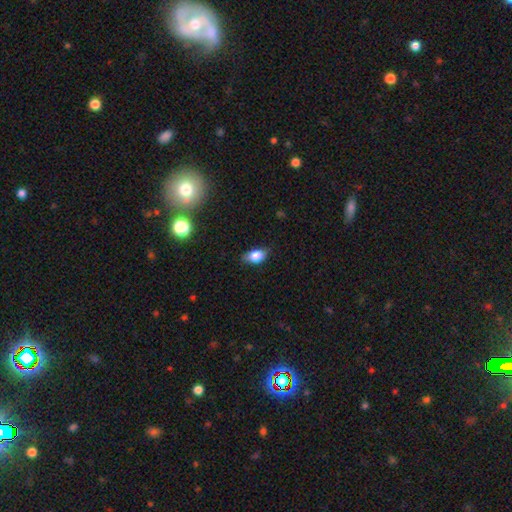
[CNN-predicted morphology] smooth_or_featured: smooth (p=0.82) [alt: featured or disk p=0.09]
how_rounded: in between (p=0.88) [alt: round p=0.08]
merging: none (p=0.78) [alt: minor disturbance p=0.18]